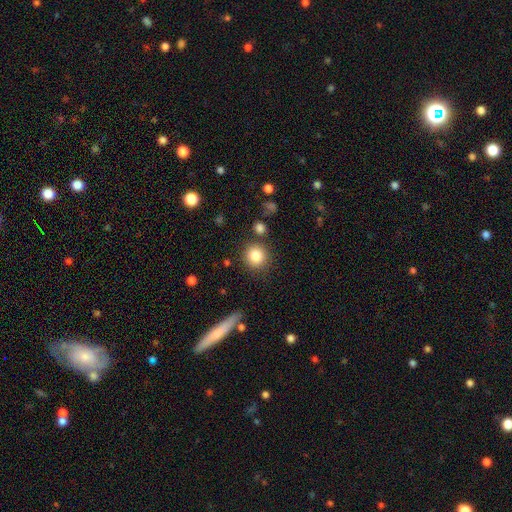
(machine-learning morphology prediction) Smooth or featured? smooth (84%)
How rounded? round (92%)
Merging? none (84%)